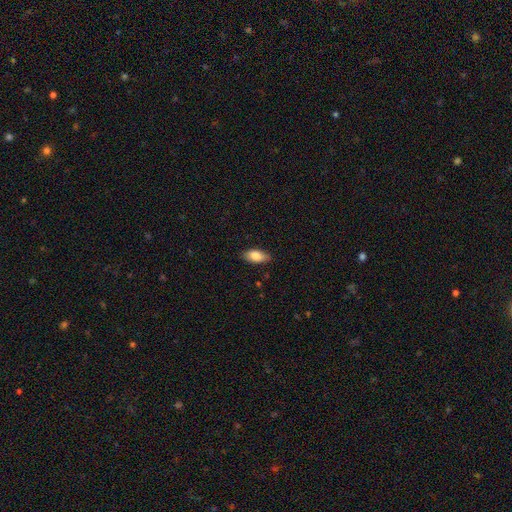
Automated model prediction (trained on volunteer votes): smooth 84%, featured or disk 10%, star or artifact 7%. Down the decision tree: how rounded — in between (90%); merging — none (84%).